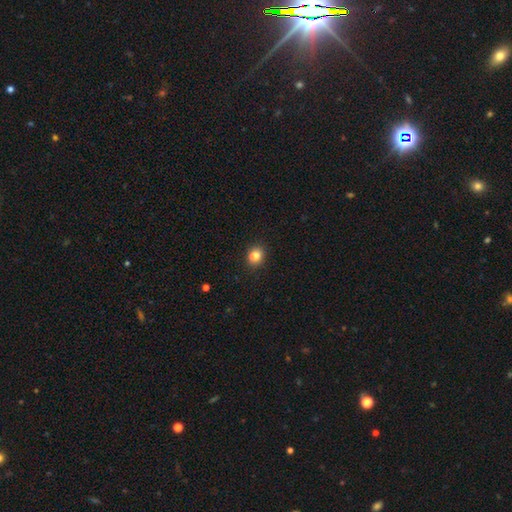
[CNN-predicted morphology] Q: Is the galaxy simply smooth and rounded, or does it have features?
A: smooth — 83%.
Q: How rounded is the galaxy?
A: round — 58%.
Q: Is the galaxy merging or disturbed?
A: none — 84%.